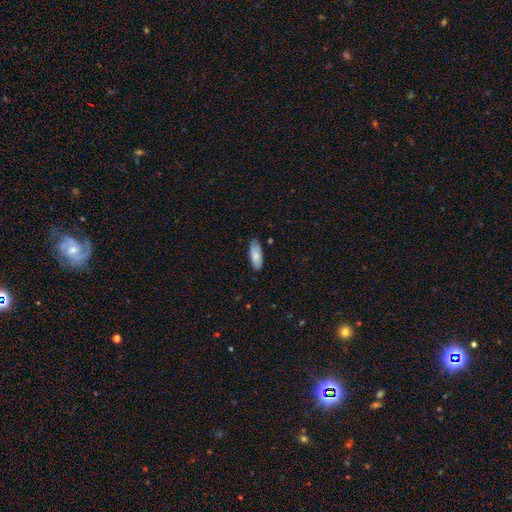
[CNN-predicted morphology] Smooth or featured?
  - smooth: 81% *
  - featured or disk: 14%
  - star or artifact: 6%
How rounded?
  - in between: 70% *
  - cigar-shaped: 28%
  - round: 2%
Merging?
  - none: 81% *
  - minor disturbance: 15%
  - major disturbance: 2%
  - merger: 1%